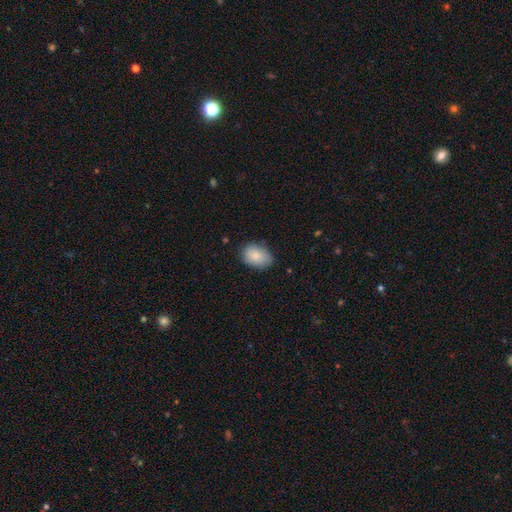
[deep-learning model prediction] smooth_or_featured: smooth (p=0.83) [alt: featured or disk p=0.10]
how_rounded: in between (p=0.79) [alt: round p=0.19]
merging: none (p=0.77) [alt: minor disturbance p=0.18]